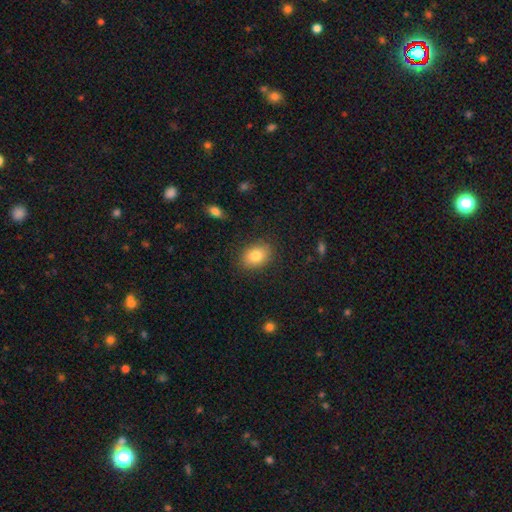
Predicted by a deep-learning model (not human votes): smooth 81%, featured or disk 10%, star or artifact 8%. Down the decision tree: how rounded — in between (75%); merging — none (86%).